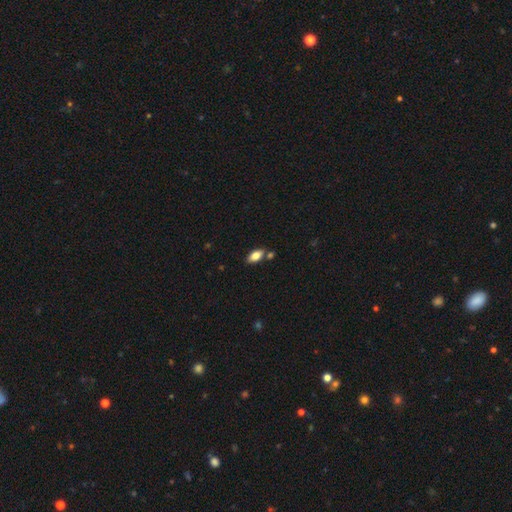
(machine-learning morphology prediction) type=smooth (79%); roundness=in between (91%); merging=none (75%).